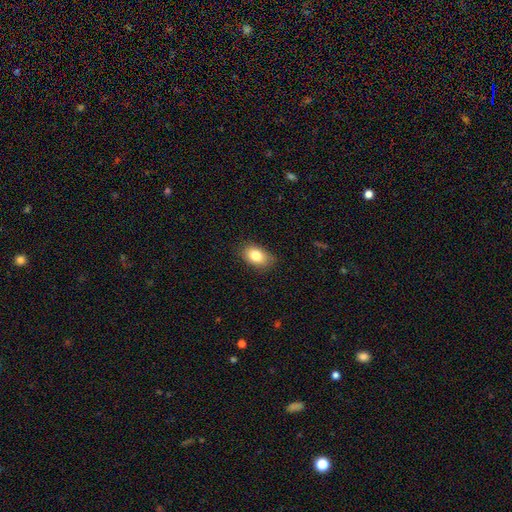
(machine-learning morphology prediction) smooth-or-featured: smooth: 82% | featured or disk: 9% | star or artifact: 8%
  how-rounded: in between: 85% | round: 13% | cigar-shaped: 1%
  merging: none: 82% | minor disturbance: 14% | major disturbance: 3% | merger: 1%